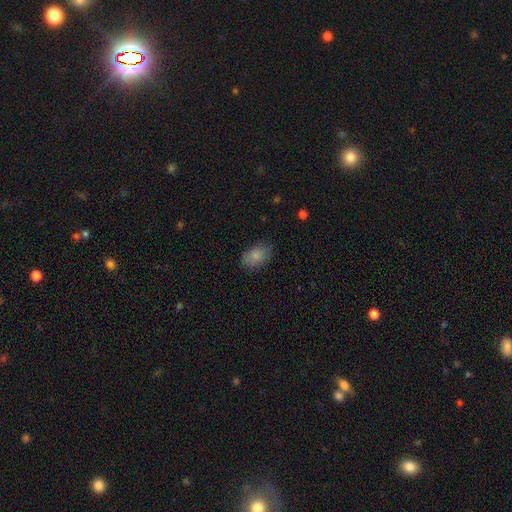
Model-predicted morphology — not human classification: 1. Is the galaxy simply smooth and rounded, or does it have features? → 83% smooth, 9% featured or disk, 8% star or artifact.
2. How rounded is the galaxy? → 85% in between, 13% round, 1% cigar-shaped.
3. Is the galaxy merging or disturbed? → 80% none, 15% minor disturbance, 4% major disturbance, 1% merger.